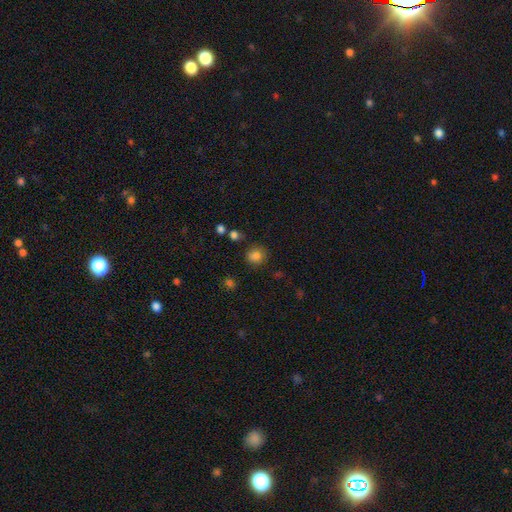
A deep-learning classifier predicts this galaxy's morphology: Smooth or featured? smooth (82%)
How rounded? round (79%)
Merging? none (77%)